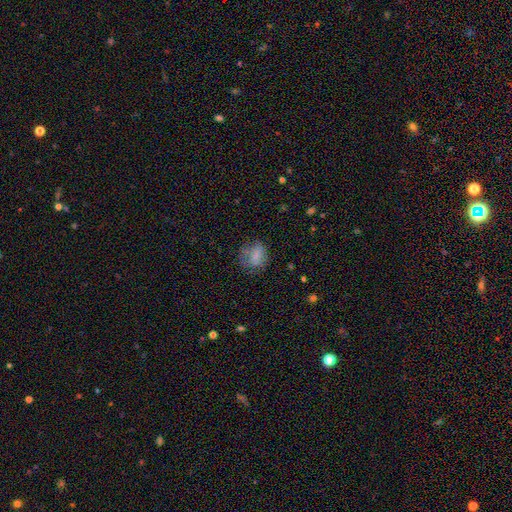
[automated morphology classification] smooth-or-featured: smooth: 74% | featured or disk: 15% | star or artifact: 11%
  how-rounded: in between: 52% | round: 46% | cigar-shaped: 2%
  merging: none: 58% | minor disturbance: 24% | major disturbance: 15% | merger: 2%